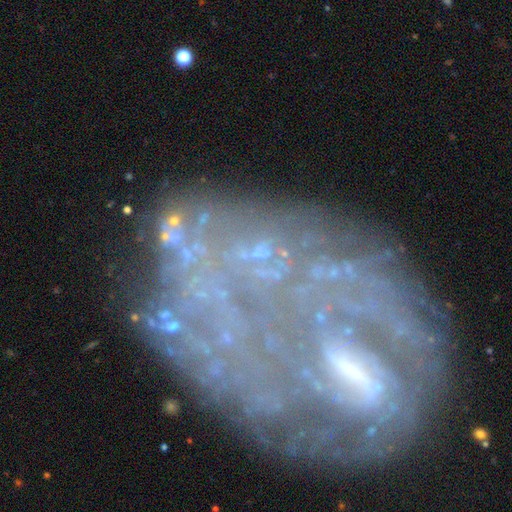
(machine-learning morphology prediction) Smooth or featured: featured or disk — 73% (star or artifact — 13%)
Edge-on disk: no — 95% (yes — 5%)
Bar: no — 39% (weak — 35%)
Spiral arms: yes — 54% (no — 46%)
Bulge size: none — 41% (small — 32%)
Merging: none — 51% (major disturbance — 22%)